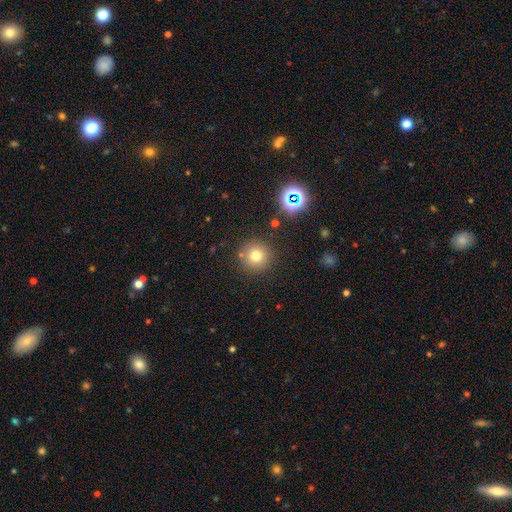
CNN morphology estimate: A smooth galaxy with no disk features (74%) that is round (95%). Merging: none (85%).